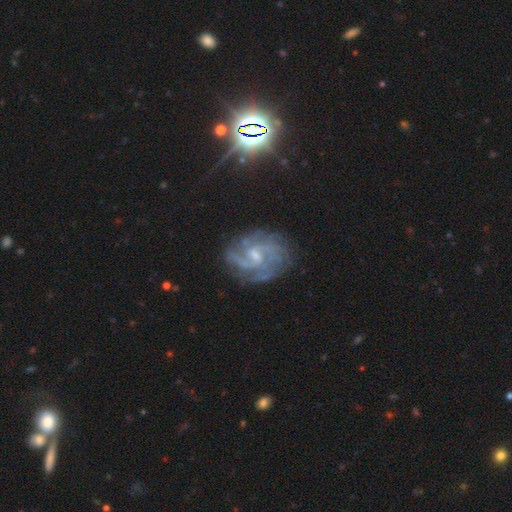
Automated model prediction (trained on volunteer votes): Smooth or featured? Predicted: featured or disk (p=0.85). Edge-on disk? Predicted: no (p=0.97). Bar? Predicted: weak (p=0.53). Spiral arms? Predicted: yes (p=0.95). Spiral winding? Predicted: medium (p=0.45). Spiral arm count? Predicted: 2 (p=0.33). Bulge size? Predicted: small (p=0.47). Merging? Predicted: none (p=0.70).